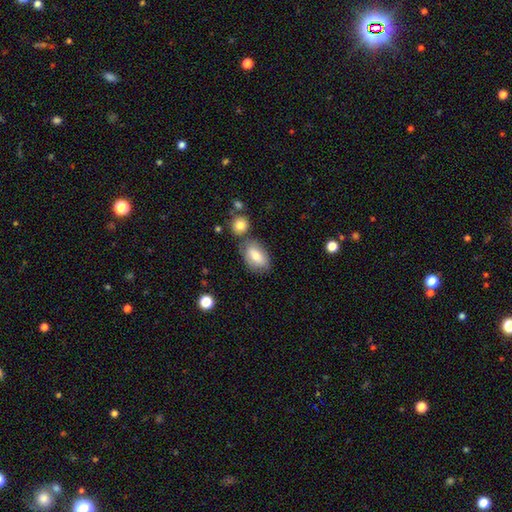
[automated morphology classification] smooth_or_featured: smooth (p=0.74) [alt: featured or disk p=0.19]
how_rounded: in between (p=0.89) [alt: round p=0.09]
merging: none (p=0.66) [alt: minor disturbance p=0.16]